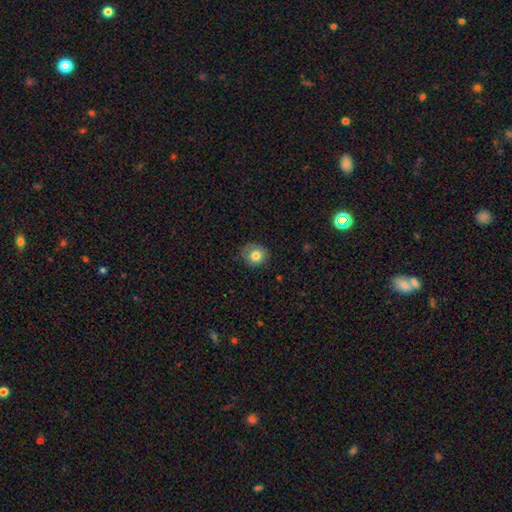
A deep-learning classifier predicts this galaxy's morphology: smooth_or_featured: smooth (p=0.79) [alt: featured or disk p=0.11]
how_rounded: round (p=0.76) [alt: in between p=0.23]
merging: none (p=0.75) [alt: minor disturbance p=0.19]